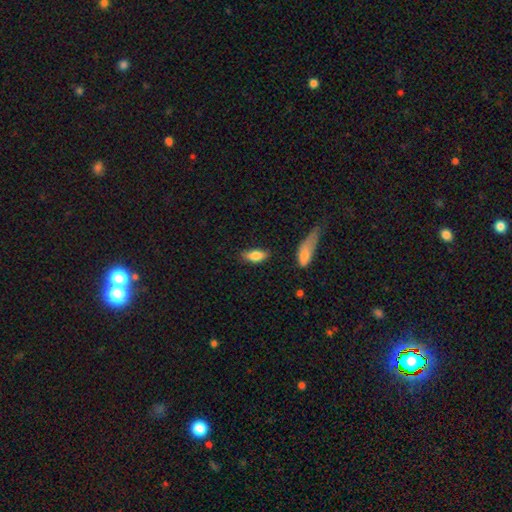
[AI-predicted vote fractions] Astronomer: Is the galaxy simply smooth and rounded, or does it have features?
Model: smooth — 79%.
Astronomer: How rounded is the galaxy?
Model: in between — 81%.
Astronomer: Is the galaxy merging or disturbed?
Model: none — 73%.